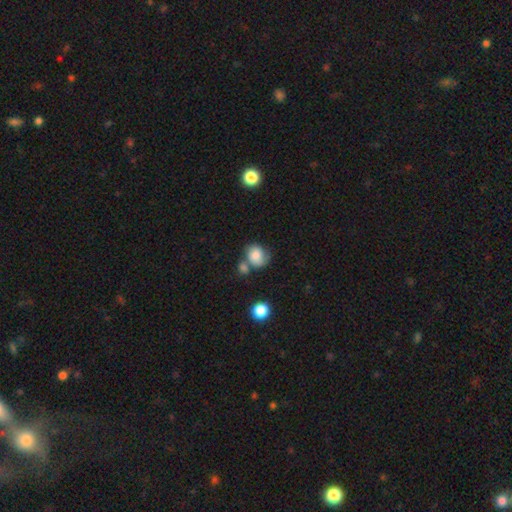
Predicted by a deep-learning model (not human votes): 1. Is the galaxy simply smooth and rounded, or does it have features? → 68% smooth, 23% featured or disk, 9% star or artifact.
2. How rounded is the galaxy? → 64% round, 35% in between, 1% cigar-shaped.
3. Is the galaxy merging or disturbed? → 40% none, 25% merger, 23% minor disturbance, 12% major disturbance.